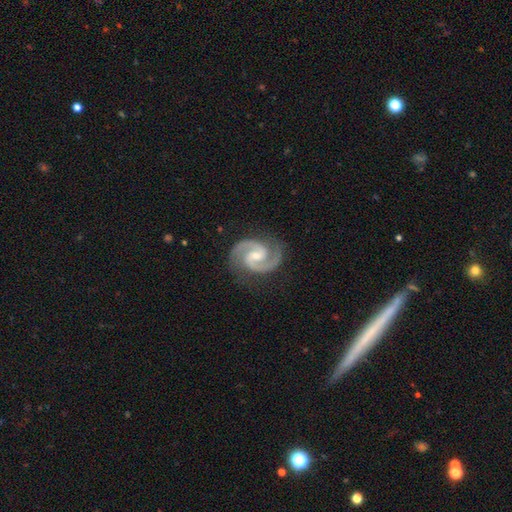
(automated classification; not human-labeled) Overall: featured or disk (94%). Edge-on disk: no (98%). Bar: weak (50%; no 34%). Spiral arms: yes (99%). Spiral arm count: 2 (94%). Spiral winding: medium (62%; tight 30%). Bulge size: small (48%; moderate 44%). Merging: none (83%).